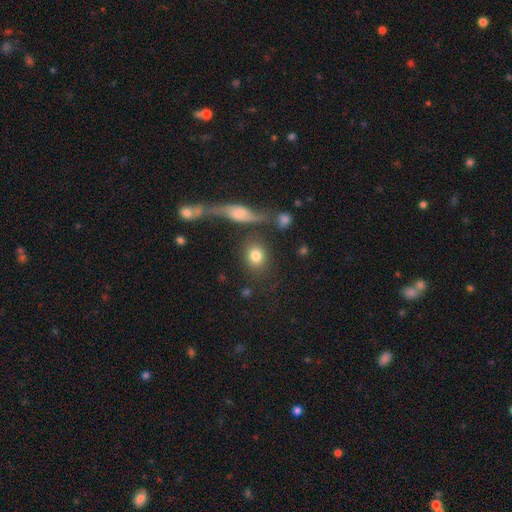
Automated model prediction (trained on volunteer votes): Smooth or featured: smooth — 79% (featured or disk — 12%)
How rounded: round — 59% (in between — 38%)
Merging: none — 71% (merger — 12%)